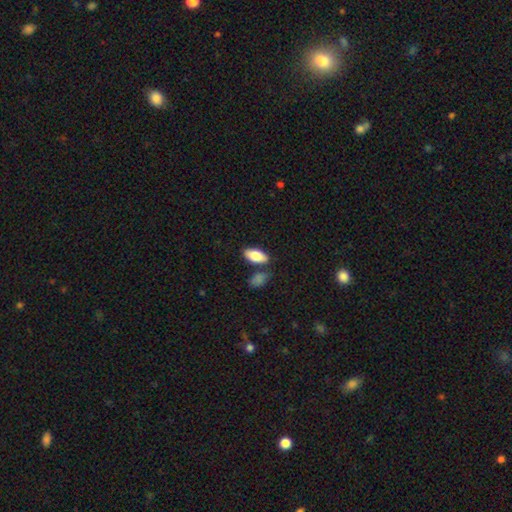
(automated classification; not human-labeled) A smooth galaxy with no disk features (82%) that is in between round and cigar-shaped (90%).

Vote fractions:
- Smooth or featured? smooth: 82% / featured or disk: 12% / star or artifact: 6%
- How rounded? in between: 90% / cigar-shaped: 8% / round: 3%
- Merging? none: 73% / minor disturbance: 13% / merger: 11% / major disturbance: 3%